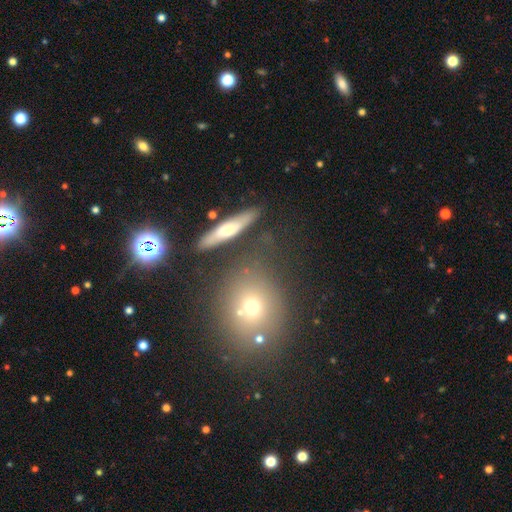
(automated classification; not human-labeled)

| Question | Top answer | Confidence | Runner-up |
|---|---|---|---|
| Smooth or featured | smooth | 44% | star or artifact (30%) |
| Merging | none | 75% | minor disturbance (11%) |